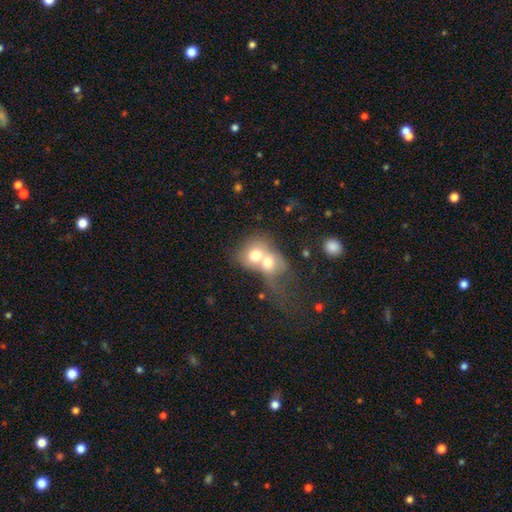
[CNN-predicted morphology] The model was most divided on "how rounded": round: 58%, in between: 41%, cigar-shaped: 1%. More confident: merging — merger (77%); smooth or featured — smooth (63%).